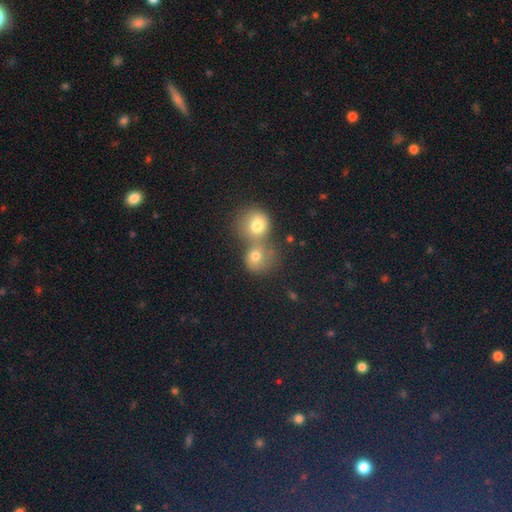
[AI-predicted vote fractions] The model was most divided on "merging": merger: 51%, none: 41%, minor disturbance: 6%, major disturbance: 3%. More confident: how rounded — round (82%); smooth or featured — smooth (62%).